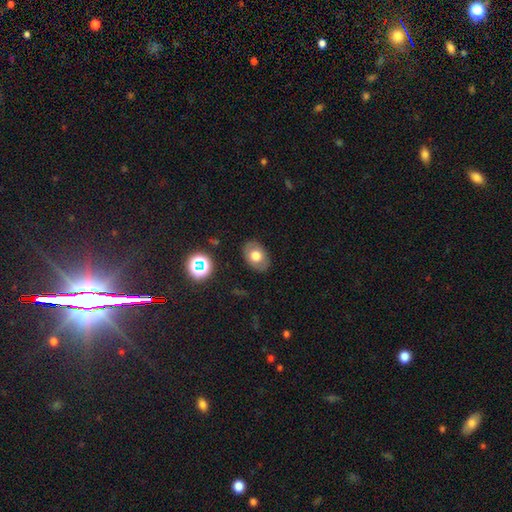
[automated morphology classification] This is likely a smooth galaxy (67%). How rounded: likely in between (74%). Merging: clearly none (85%).